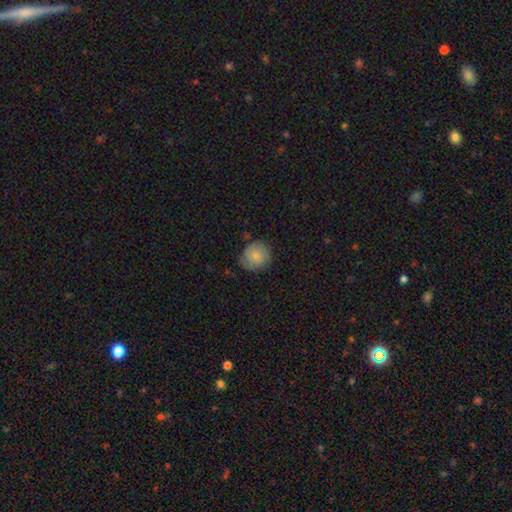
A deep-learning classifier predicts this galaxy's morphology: type=smooth (75%); roundness=round (85%); merging=none (69%).